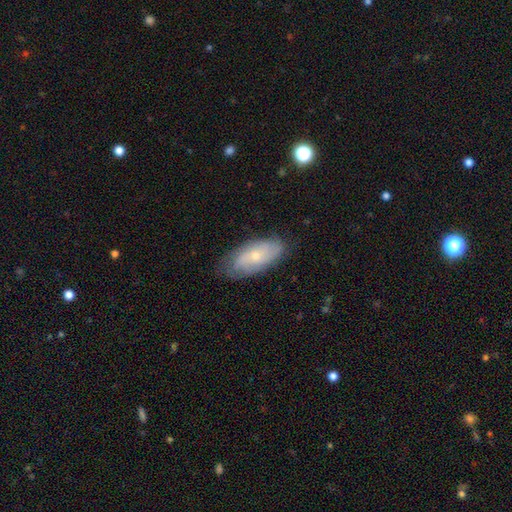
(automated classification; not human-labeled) This appears to be a featured or disk galaxy (51%). Merging: none (75%).